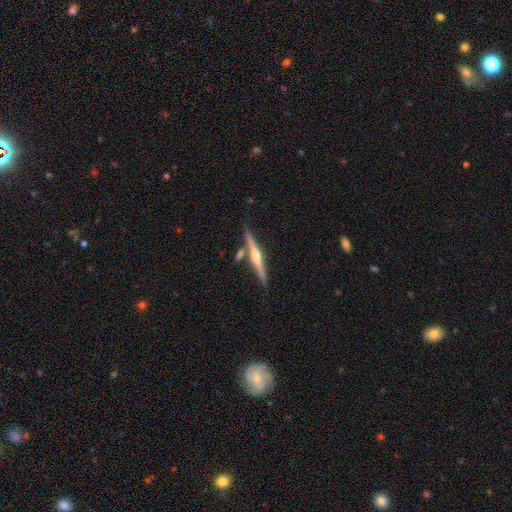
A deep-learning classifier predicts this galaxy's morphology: A featured or disk galaxy (75%) viewed edge-on (98%) with a rounded central bulge (84%). Merging: none (79%).